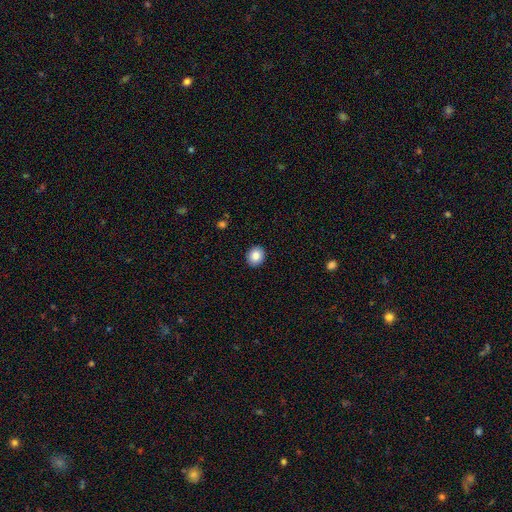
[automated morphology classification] Smooth or featured: smooth — 86% (star or artifact — 8%)
How rounded: round — 72% (in between — 27%)
Merging: none — 92% (minor disturbance — 5%)